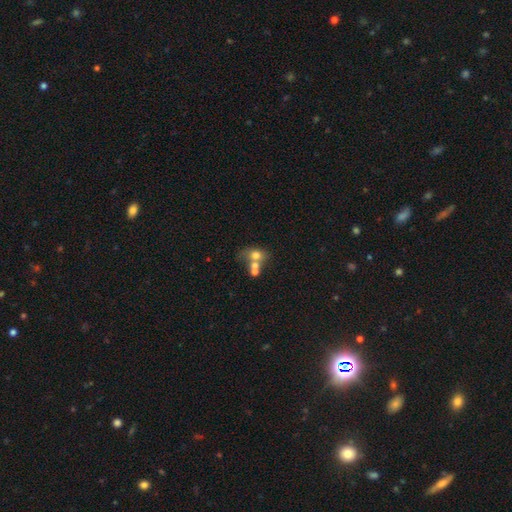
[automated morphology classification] smooth_or_featured: smooth (p=0.66) [alt: featured or disk p=0.22]
how_rounded: round (p=0.53) [alt: in between p=0.46]
merging: merger (p=0.55) [alt: none p=0.28]